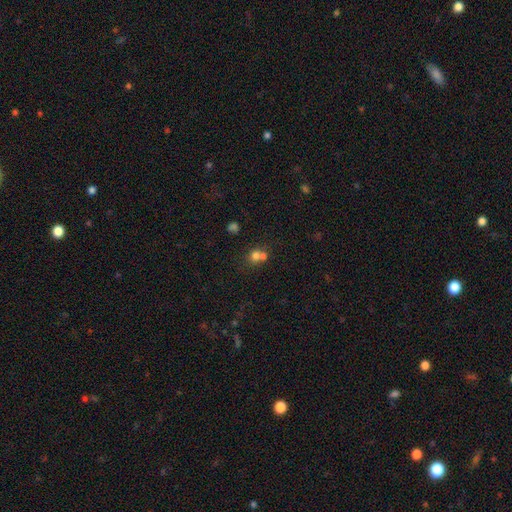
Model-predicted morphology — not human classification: This appears to be a smooth galaxy with no disk features (72%) that is round (80%). Merging: merger (52%).